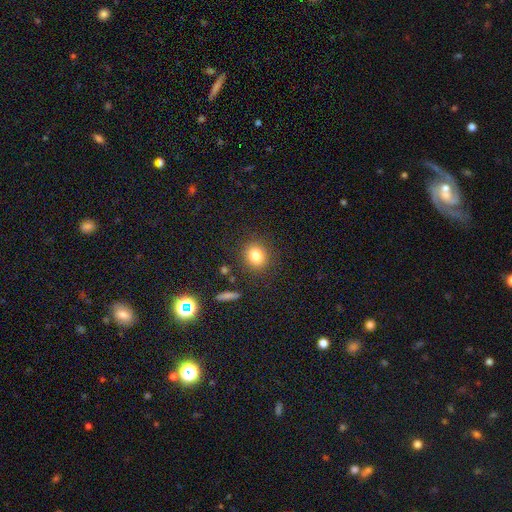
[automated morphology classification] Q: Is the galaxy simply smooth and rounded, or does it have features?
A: smooth — 82%.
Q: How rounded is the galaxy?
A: round — 69%.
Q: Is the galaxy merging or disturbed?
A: none — 86%.